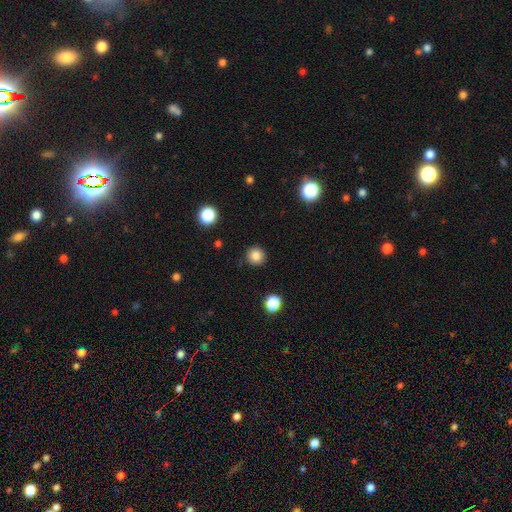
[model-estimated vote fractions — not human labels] smooth_or_featured: smooth (p=0.85) [alt: star or artifact p=0.12]
how_rounded: round (p=0.94) [alt: in between p=0.05]
merging: none (p=0.90) [alt: minor disturbance p=0.06]